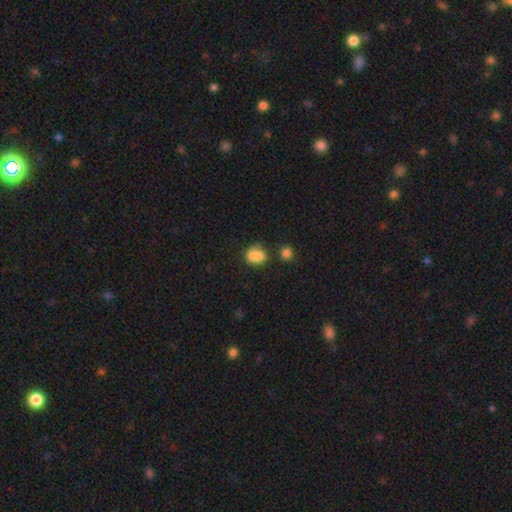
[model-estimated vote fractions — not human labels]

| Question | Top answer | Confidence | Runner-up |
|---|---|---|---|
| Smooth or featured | smooth | 75% | featured or disk (14%) |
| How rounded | round | 57% | in between (42%) |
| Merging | merger | 48% | none (34%) |